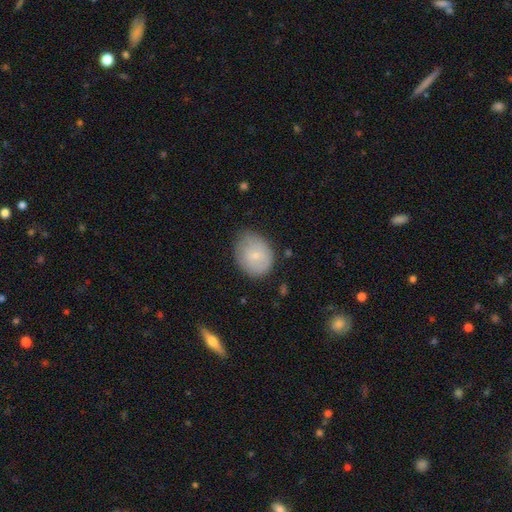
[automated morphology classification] smooth 72%, featured or disk 21%, star or artifact 7%. Down the decision tree: how rounded — round (54%); merging — none (67%).